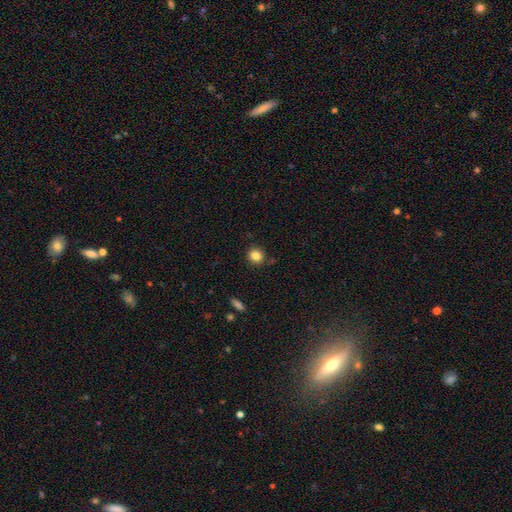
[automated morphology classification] smooth-or-featured: smooth: 84% | star or artifact: 11% | featured or disk: 5%
  how-rounded: round: 86% | in between: 13% | cigar-shaped: 1%
  merging: none: 86% | minor disturbance: 9% | merger: 3% | major disturbance: 2%